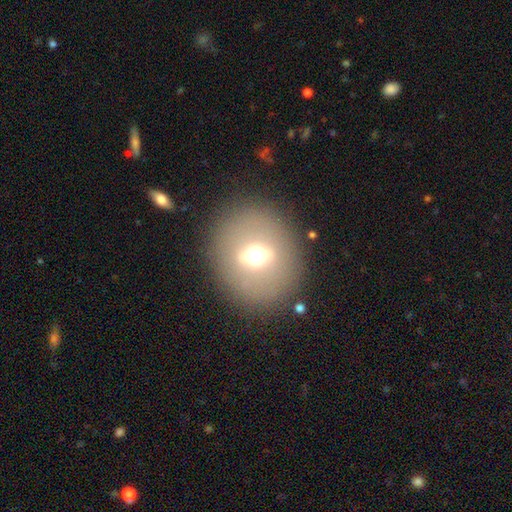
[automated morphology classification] Smooth or featured? Predicted: smooth (p=0.52). How rounded? Predicted: round (p=0.82). Merging? Predicted: none (p=0.86).